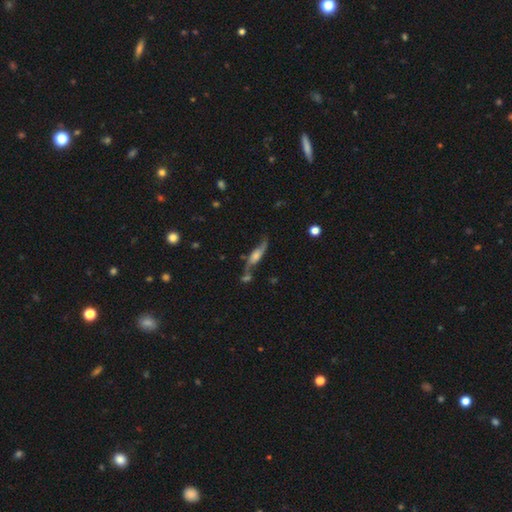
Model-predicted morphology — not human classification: This appears to be a featured or disk galaxy (69%). Merging: none (53%).